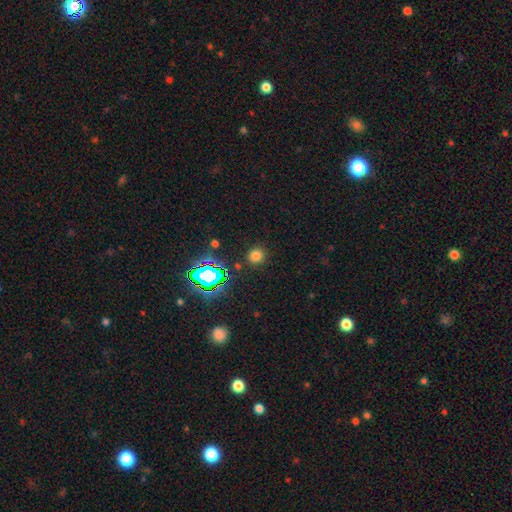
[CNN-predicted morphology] A smooth galaxy with no disk features (71%) that is round (89%).

Vote fractions:
- Smooth or featured? smooth: 71% / star or artifact: 23% / featured or disk: 6%
- How rounded? round: 89% / in between: 10% / cigar-shaped: 1%
- Merging? none: 88% / minor disturbance: 7% / major disturbance: 3% / merger: 2%